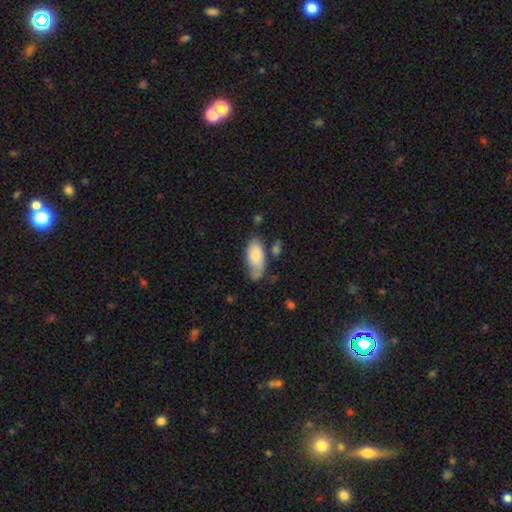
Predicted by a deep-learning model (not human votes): smooth 80%, featured or disk 14%, star or artifact 6%. Down the decision tree: how rounded — in between (90%); merging — none (54%).